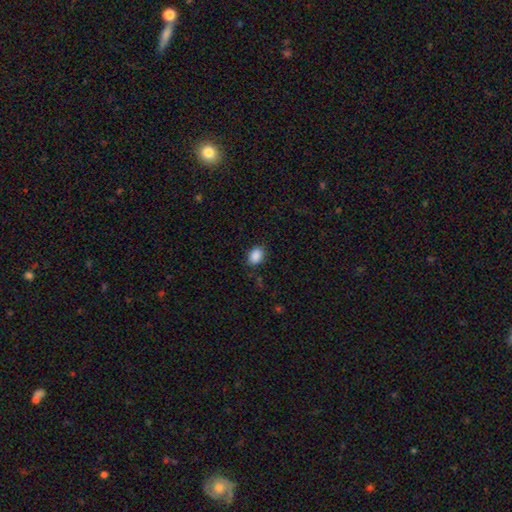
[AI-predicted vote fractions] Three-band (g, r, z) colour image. It shows a smooth galaxy with no disk features (88%) that is in between round and cigar-shaped (72%). Merging: none (83%).